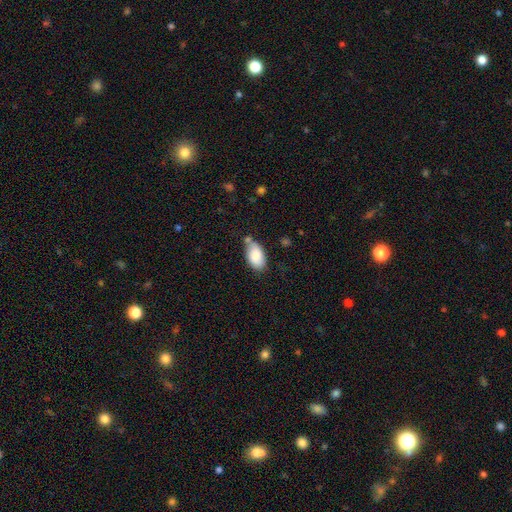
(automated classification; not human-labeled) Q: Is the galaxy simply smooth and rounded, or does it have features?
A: smooth — 82%.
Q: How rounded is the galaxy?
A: in between — 93%.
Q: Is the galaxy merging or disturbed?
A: none — 58%.